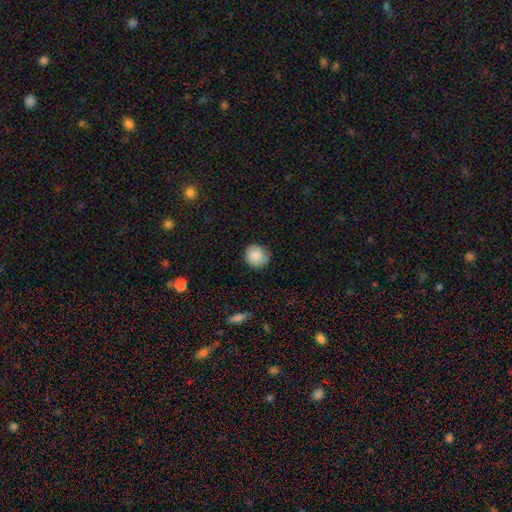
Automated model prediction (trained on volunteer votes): Overall: smooth (87%). How rounded: round (91%). Merging: none (87%).